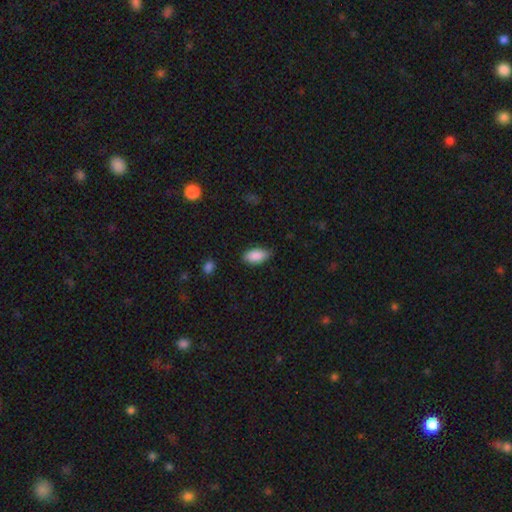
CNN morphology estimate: smooth_or_featured: smooth (p=0.89) [alt: star or artifact p=0.07]
how_rounded: in between (p=0.93) [alt: cigar-shaped p=0.04]
merging: none (p=0.75) [alt: minor disturbance p=0.21]